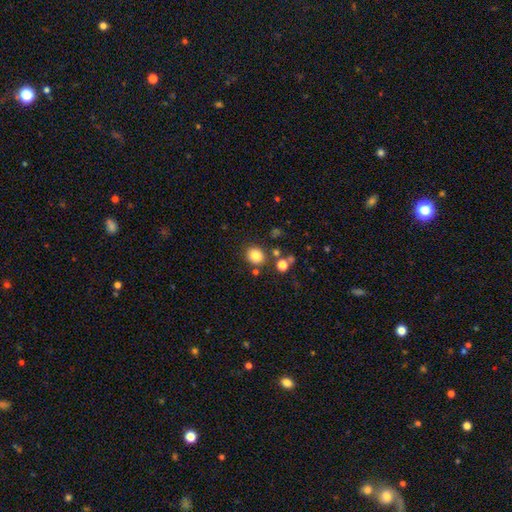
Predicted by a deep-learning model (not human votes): This appears to be a smooth galaxy with no disk features (82%) that is round (81%). Merging: none (81%).